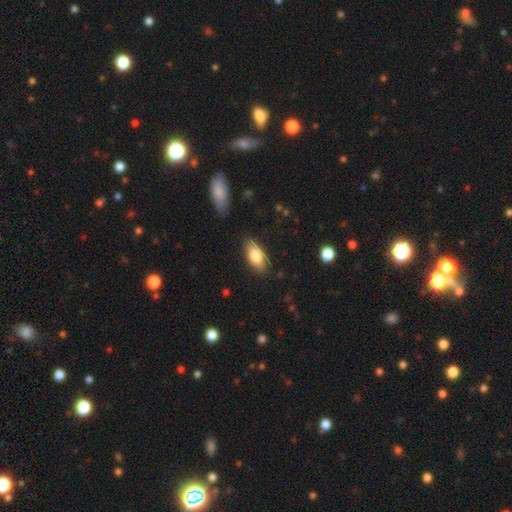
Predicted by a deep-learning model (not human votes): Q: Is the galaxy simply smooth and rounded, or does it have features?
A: smooth — 79%.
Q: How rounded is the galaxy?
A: in between — 86%.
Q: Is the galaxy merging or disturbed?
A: none — 85%.